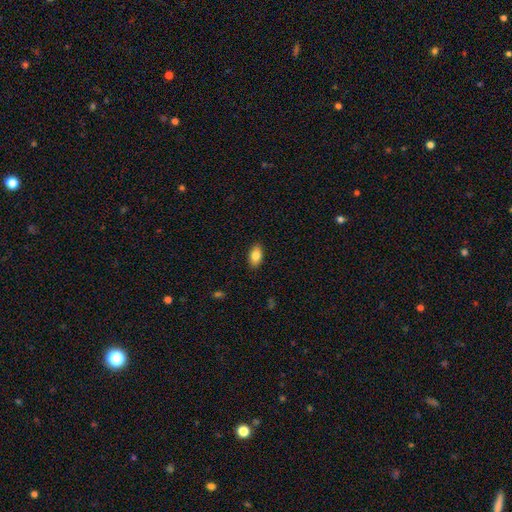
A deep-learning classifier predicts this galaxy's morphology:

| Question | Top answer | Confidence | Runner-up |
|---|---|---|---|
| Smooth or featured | smooth | 84% | featured or disk (9%) |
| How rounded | in between | 92% | round (6%) |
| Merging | none | 89% | minor disturbance (9%) |